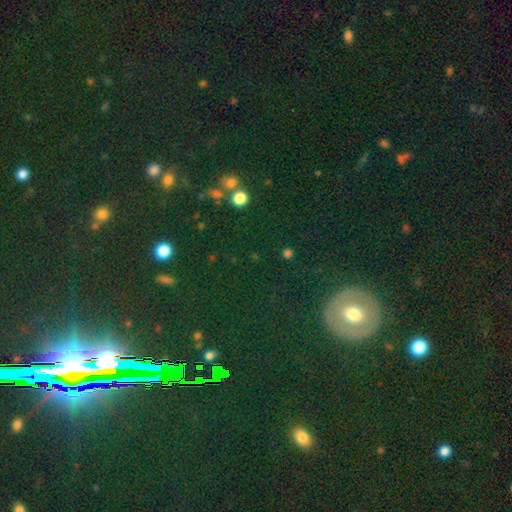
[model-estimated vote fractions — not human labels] This appears to be a star or artifact, not a galaxy (52%).